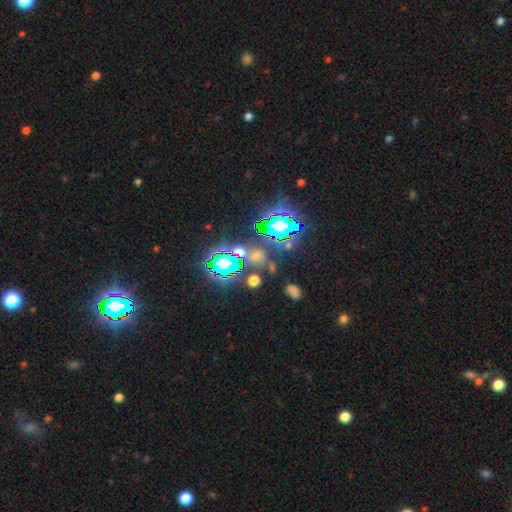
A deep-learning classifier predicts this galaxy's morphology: smooth_or_featured: star or artifact (p=0.62) [alt: smooth p=0.29]